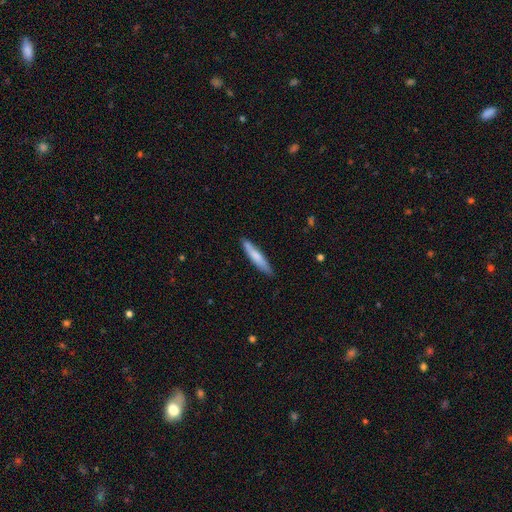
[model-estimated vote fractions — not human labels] smooth_or_featured: smooth (p=0.71) [alt: featured or disk p=0.24]
how_rounded: cigar-shaped (p=0.91) [alt: in between p=0.08]
merging: none (p=0.84) [alt: minor disturbance p=0.13]